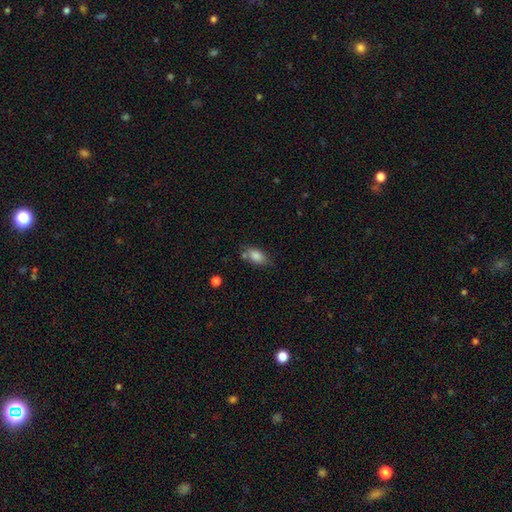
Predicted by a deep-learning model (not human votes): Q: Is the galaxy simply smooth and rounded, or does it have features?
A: smooth — 84%.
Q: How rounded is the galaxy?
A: in between — 88%.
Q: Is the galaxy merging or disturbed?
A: none — 65%.